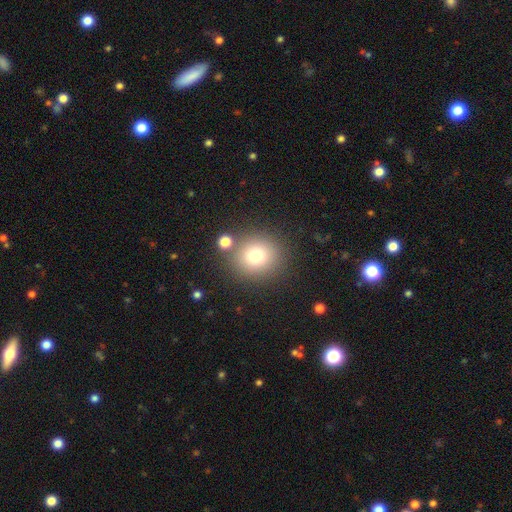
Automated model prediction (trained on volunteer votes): Morphology: type=smooth (75%); roundness=round (87%); merging=none (78%).